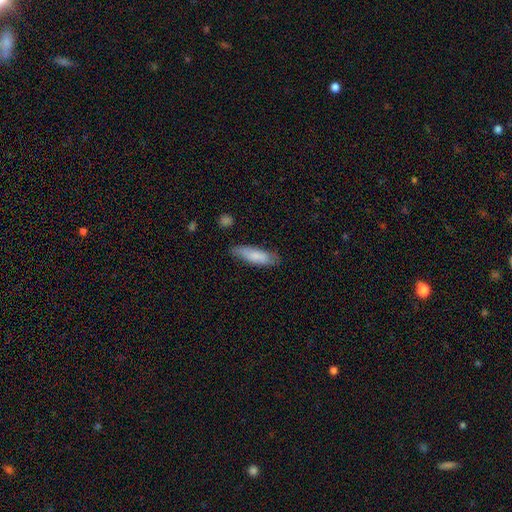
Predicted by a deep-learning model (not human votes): This appears to be a smooth galaxy with no disk features (80%) that is in between round and cigar-shaped (50%). Merging: none (78%).